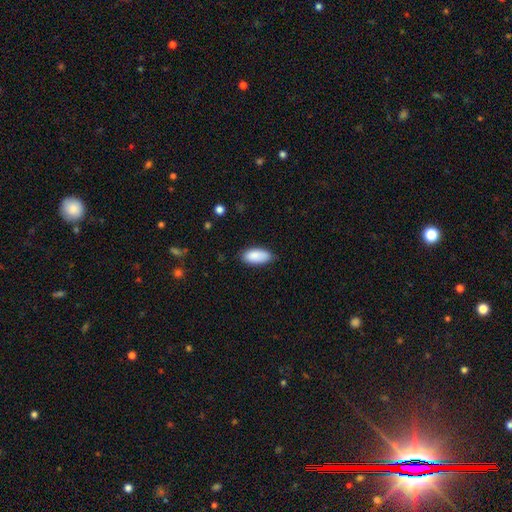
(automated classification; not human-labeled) Smooth or featured? smooth (89%)
How rounded? in between (91%)
Merging? none (77%)